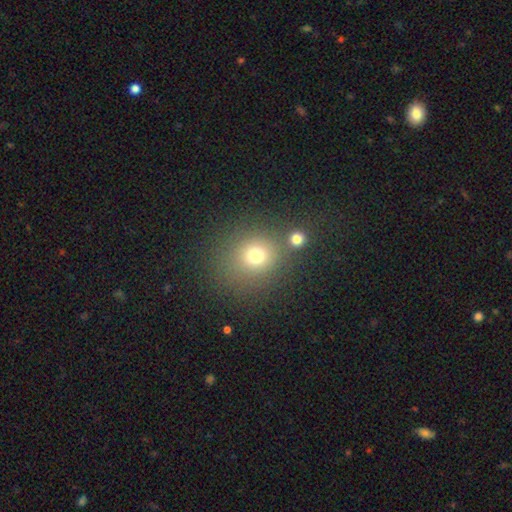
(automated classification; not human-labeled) Q: Smooth or featured?
A: smooth (71%); runner-up: star or artifact (19%)
Q: How rounded?
A: round (80%); runner-up: in between (19%)
Q: Merging?
A: none (70%); runner-up: merger (15%)